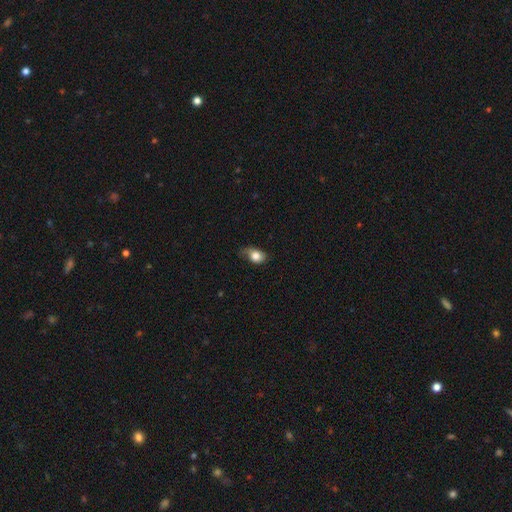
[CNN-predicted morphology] Overall: smooth (78%). How rounded: in between (70%). Merging: none (46%; minor disturbance 38%).